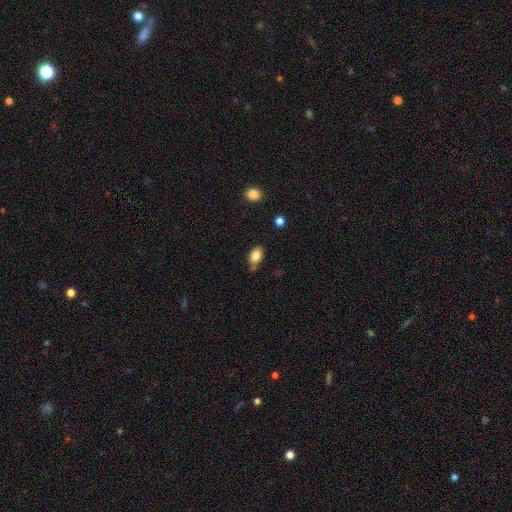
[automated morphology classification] Smooth or featured: smooth — 84% (star or artifact — 9%)
How rounded: in between — 88% (round — 10%)
Merging: none — 68% (minor disturbance — 20%)